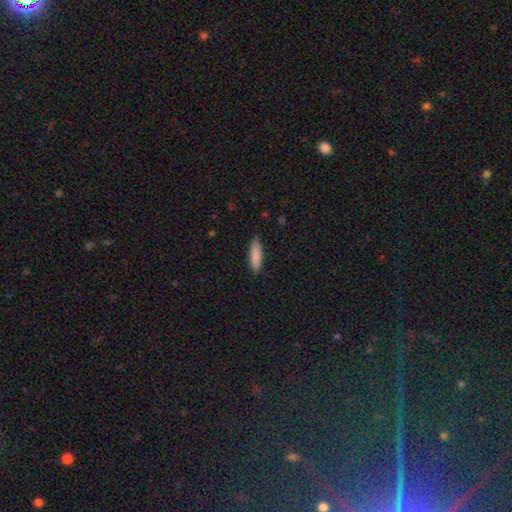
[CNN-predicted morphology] smooth_or_featured: smooth (p=0.88) [alt: featured or disk p=0.06]
how_rounded: cigar-shaped (p=0.54) [alt: in between p=0.45]
merging: none (p=0.85) [alt: minor disturbance p=0.12]